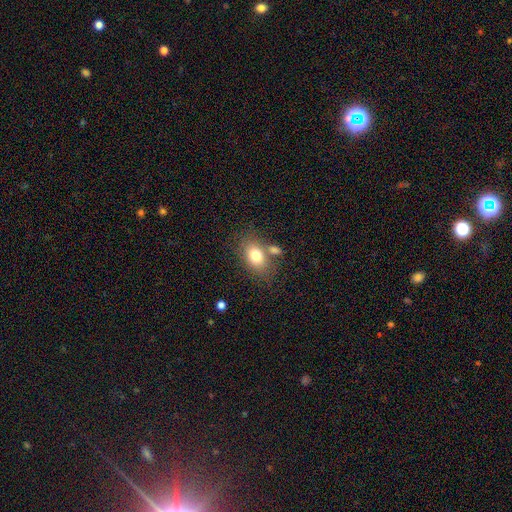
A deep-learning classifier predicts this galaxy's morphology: smooth_or_featured: smooth (p=0.76) [alt: featured or disk p=0.14]
how_rounded: in between (p=0.80) [alt: round p=0.18]
merging: none (p=0.59) [alt: merger p=0.21]